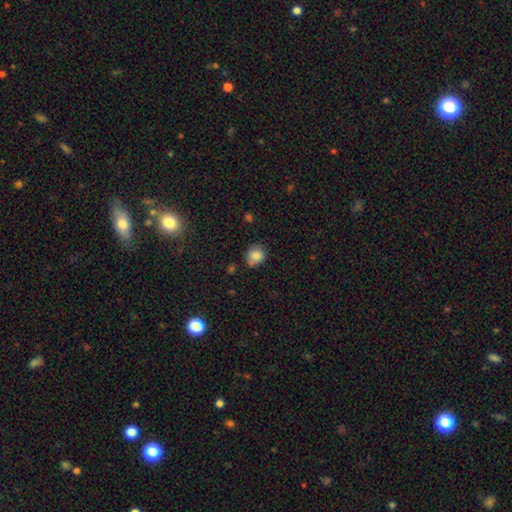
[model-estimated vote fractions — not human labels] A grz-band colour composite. It shows a smooth galaxy with no disk features (83%) that is round (73%). Merging: none (65%).